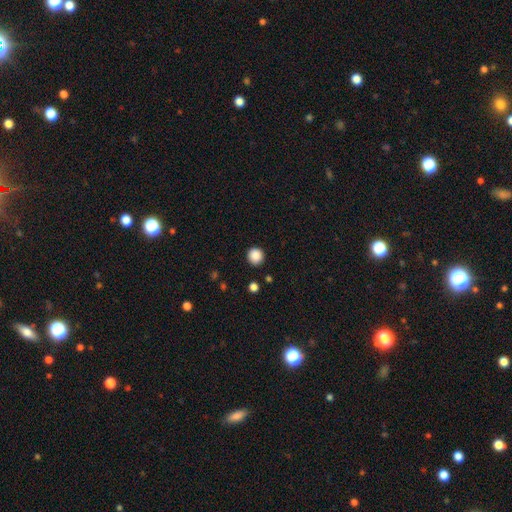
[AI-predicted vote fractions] This appears to be a smooth galaxy with no disk features (87%) that is round (93%). Merging: none (90%).